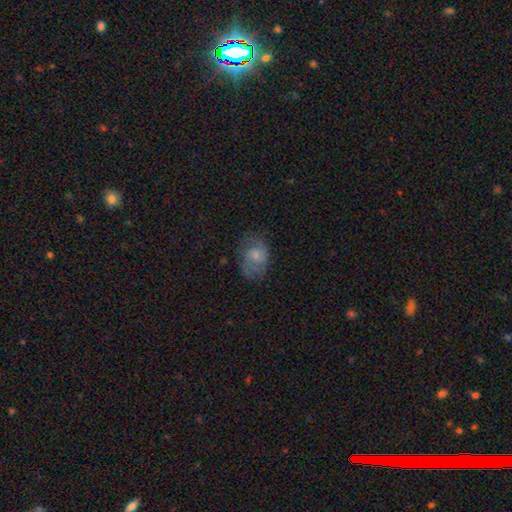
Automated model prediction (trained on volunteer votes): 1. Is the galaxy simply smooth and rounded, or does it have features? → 46% smooth, 45% featured or disk, 9% star or artifact.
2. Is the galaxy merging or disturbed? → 63% none, 24% minor disturbance, 12% major disturbance, 1% merger.